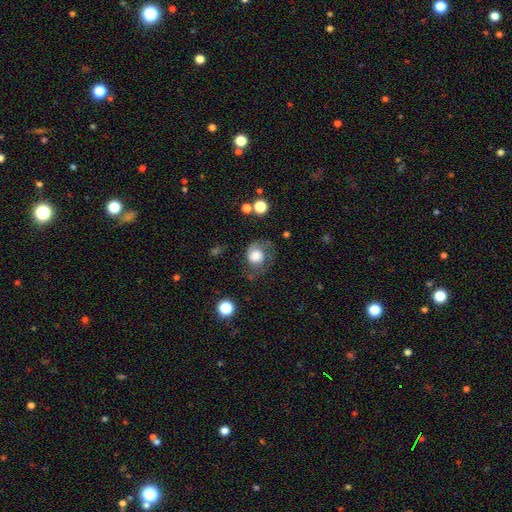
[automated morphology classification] Smooth or featured?
  - smooth: 48% *
  - featured or disk: 43%
  - star or artifact: 9%
Merging?
  - none: 45% *
  - major disturbance: 28%
  - minor disturbance: 25%
  - merger: 3%